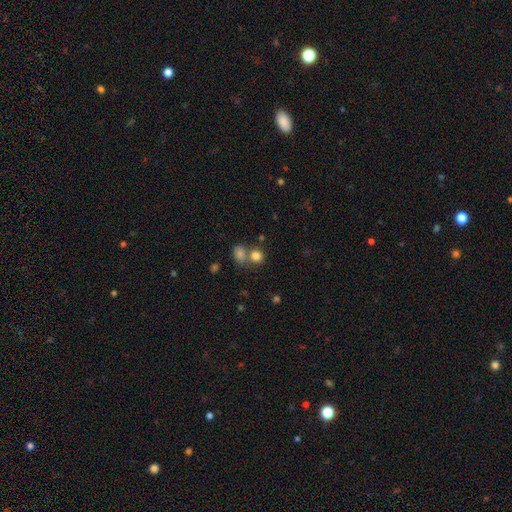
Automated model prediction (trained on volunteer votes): Smooth or featured: smooth — 81% (star or artifact — 12%)
How rounded: round — 76% (in between — 23%)
Merging: none — 50% (merger — 37%)